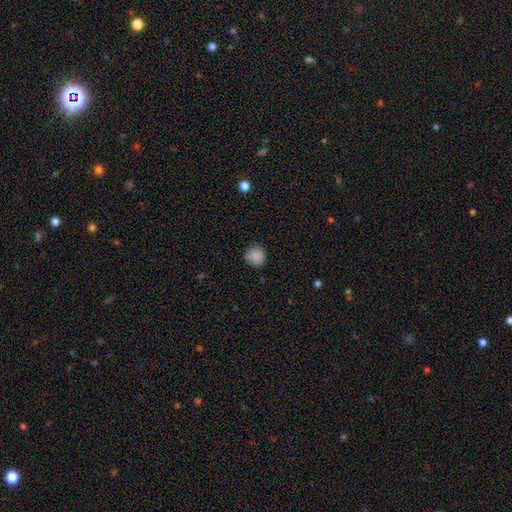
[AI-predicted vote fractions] This appears to be a smooth galaxy with no disk features (87%) that is round (91%). Merging: none (80%).